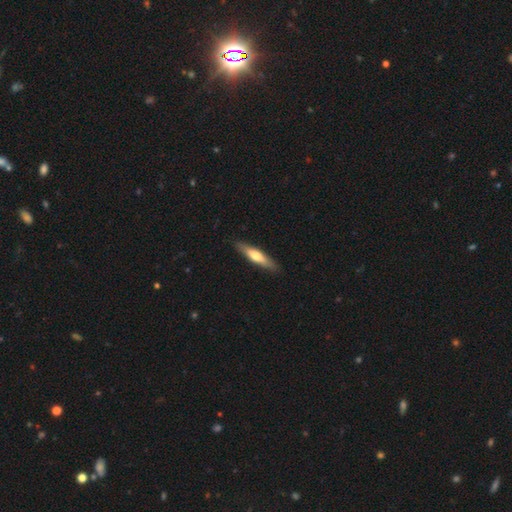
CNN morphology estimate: This is possibly a smooth galaxy (53%). How rounded: clearly cigar-shaped (82%). Merging: clearly none (88%).